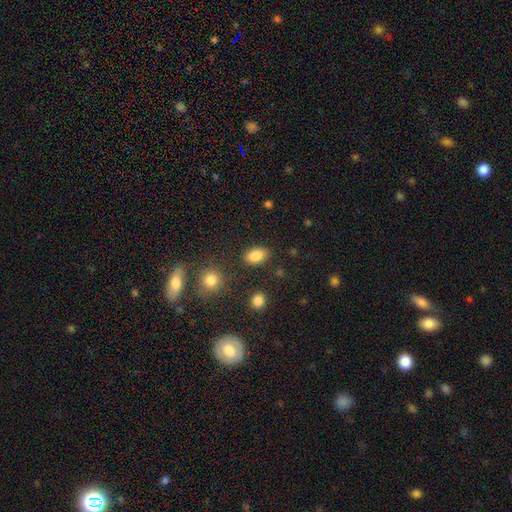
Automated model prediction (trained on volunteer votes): Smooth or featured: smooth — 85% (star or artifact — 9%)
How rounded: in between — 87% (round — 11%)
Merging: none — 84% (minor disturbance — 10%)